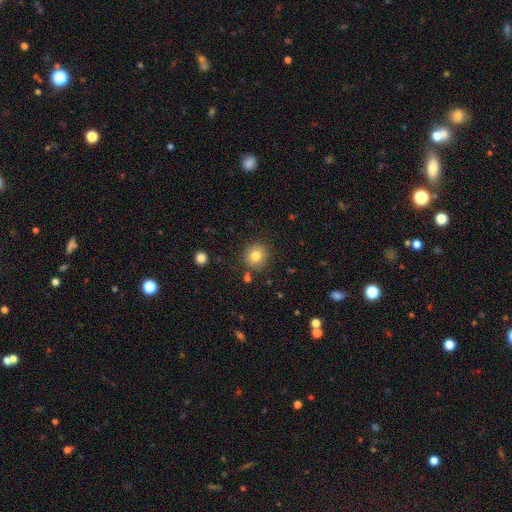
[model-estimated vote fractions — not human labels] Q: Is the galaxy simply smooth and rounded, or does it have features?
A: smooth — 80%.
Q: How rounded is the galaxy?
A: round — 91%.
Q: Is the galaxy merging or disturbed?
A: none — 84%.